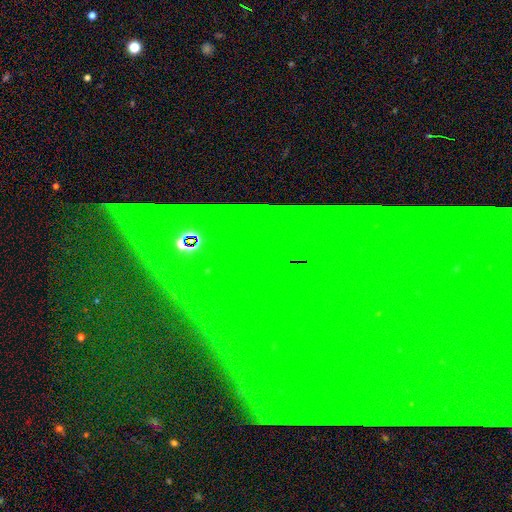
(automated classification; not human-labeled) A star or artifact, not a galaxy (82%).

Vote fractions:
- Smooth or featured? star or artifact: 82% / featured or disk: 9% / smooth: 9%